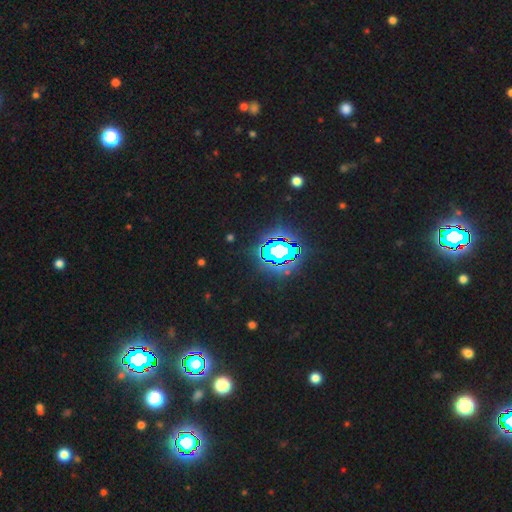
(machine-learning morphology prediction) The model was most divided on "smooth or featured": star or artifact: 83%, smooth: 10%, featured or disk: 7%.